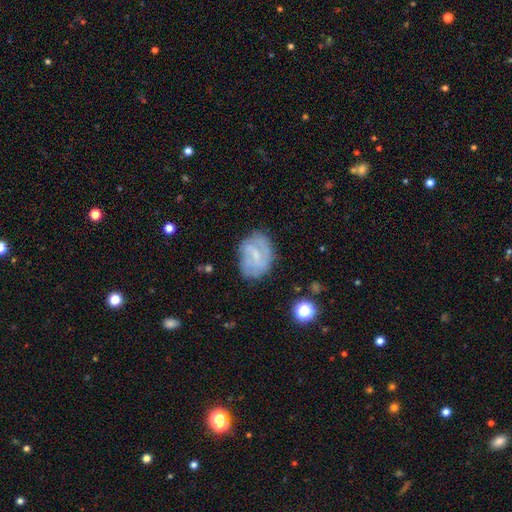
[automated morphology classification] The model was most divided on "bar": weak: 54%, no: 27%, strong: 19%. More confident: edge-on disk — no (97%); spiral arms — yes (77%); merging — none (67%); smooth or featured — featured or disk (66%); bulge size — small (56%).